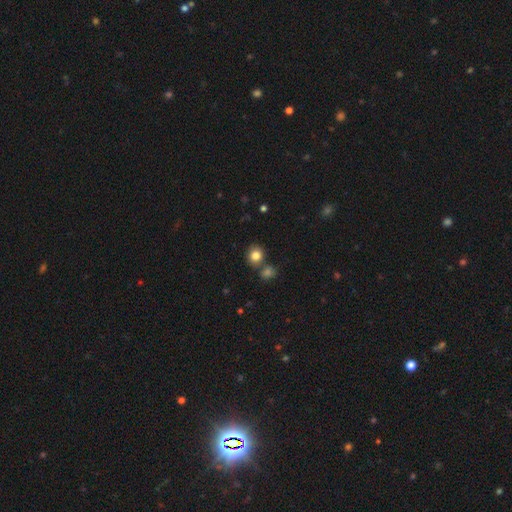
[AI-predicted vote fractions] Smooth or featured? smooth (83%)
How rounded? round (76%)
Merging? none (67%)